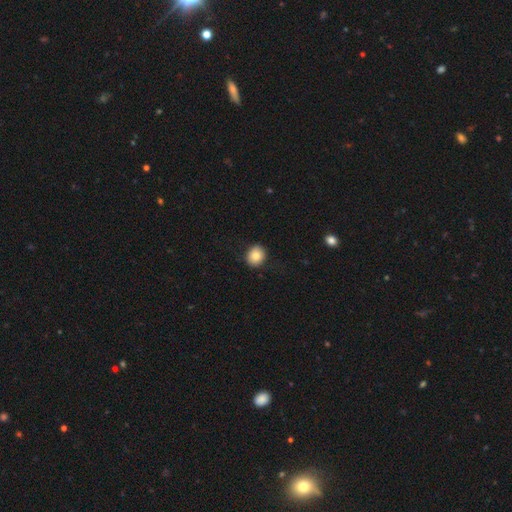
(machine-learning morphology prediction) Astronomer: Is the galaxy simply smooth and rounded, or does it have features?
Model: smooth — 81%.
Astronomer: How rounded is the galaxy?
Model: round — 75%.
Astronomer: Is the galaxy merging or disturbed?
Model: none — 88%.